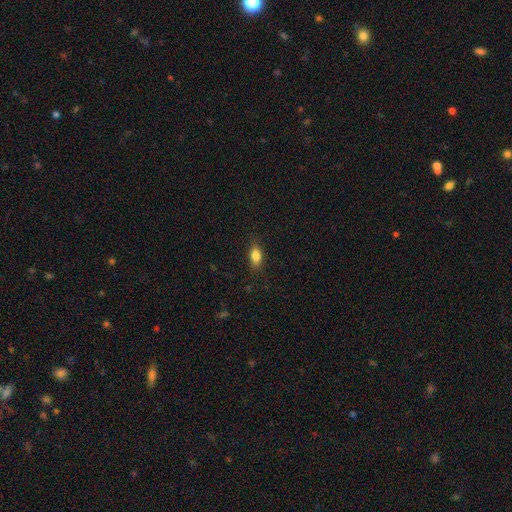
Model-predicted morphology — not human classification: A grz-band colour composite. It shows a smooth galaxy with no disk features (83%) that is in between round and cigar-shaped (83%). Merging: none (83%).